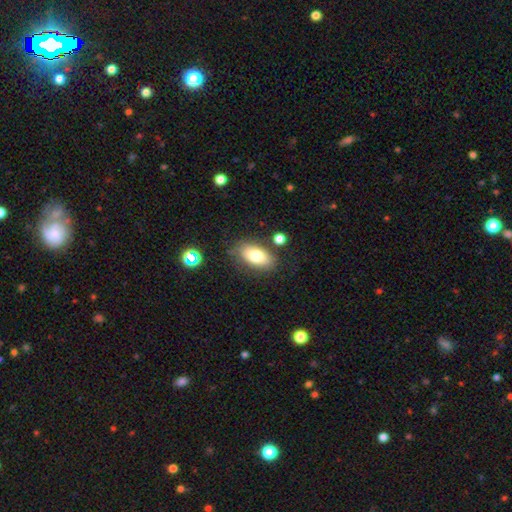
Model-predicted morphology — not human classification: This appears to be a smooth galaxy with no disk features (76%) that is in between round and cigar-shaped (90%). Merging: none (78%).